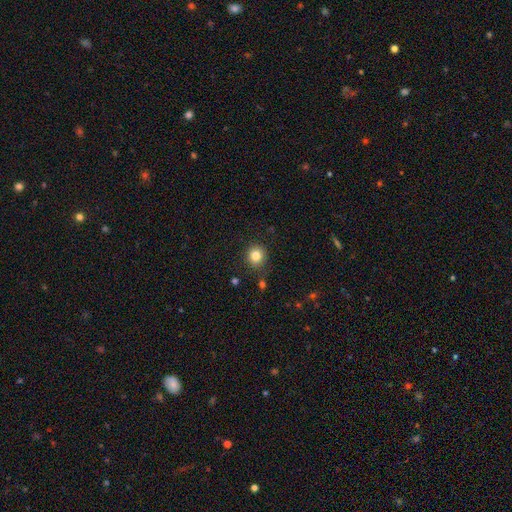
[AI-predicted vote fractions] smooth 83%, star or artifact 11%, featured or disk 6%. Down the decision tree: how rounded — round (88%); merging — none (87%).